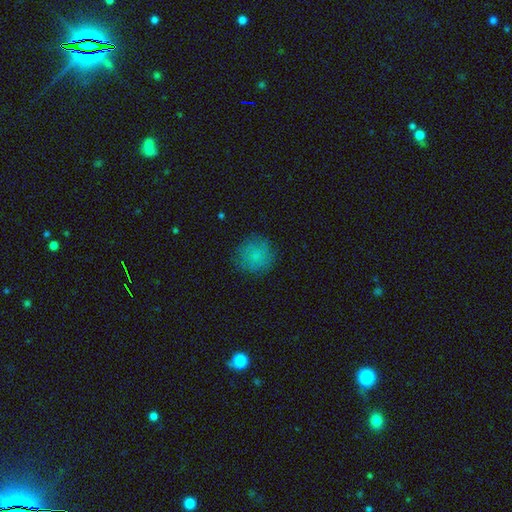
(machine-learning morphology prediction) Smooth or featured?
  - smooth: 82% *
  - star or artifact: 11%
  - featured or disk: 8%
How rounded?
  - round: 93% *
  - in between: 6%
  - cigar-shaped: 1%
Merging?
  - none: 84% *
  - minor disturbance: 12%
  - major disturbance: 4%
  - merger: 1%